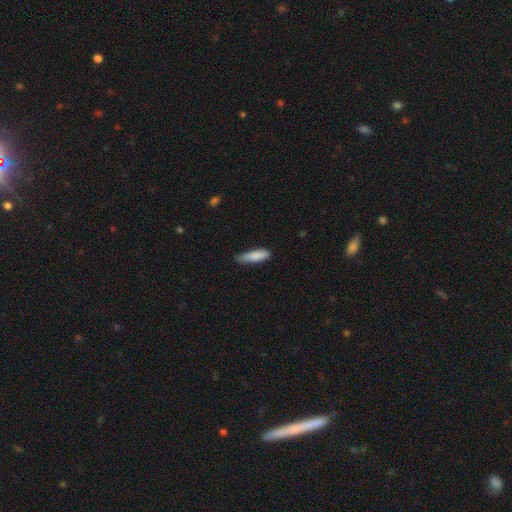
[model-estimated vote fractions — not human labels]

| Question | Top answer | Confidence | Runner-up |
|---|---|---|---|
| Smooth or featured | smooth | 85% | featured or disk (9%) |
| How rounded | cigar-shaped | 65% | in between (34%) |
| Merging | none | 65% | minor disturbance (29%) |